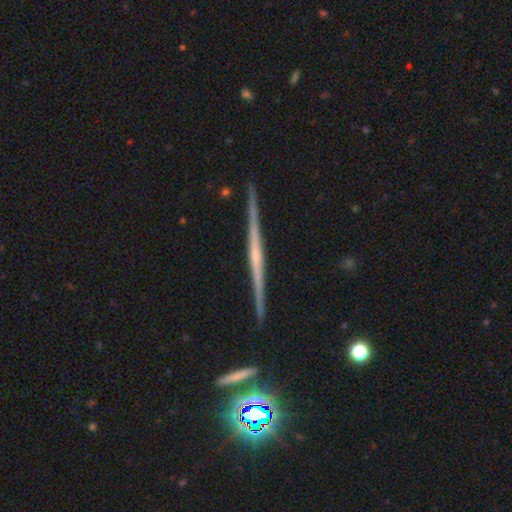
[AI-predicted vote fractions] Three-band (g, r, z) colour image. It shows a featured or disk galaxy (77%) viewed edge-on (98%) with no central bulge (52%). Merging: none (91%).